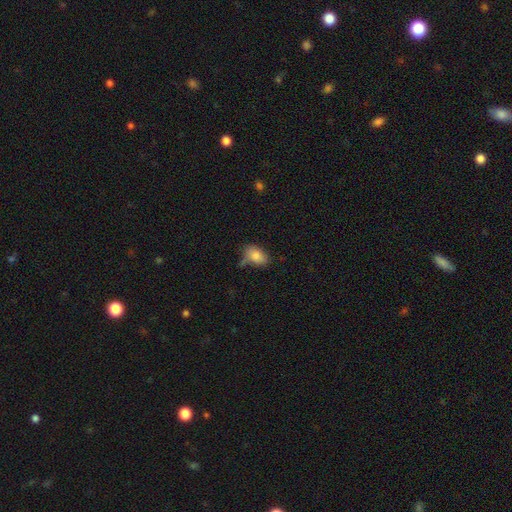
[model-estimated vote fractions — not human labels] smooth 83%, featured or disk 9%, star or artifact 8%. Down the decision tree: how rounded — in between (88%); merging — none (60%).